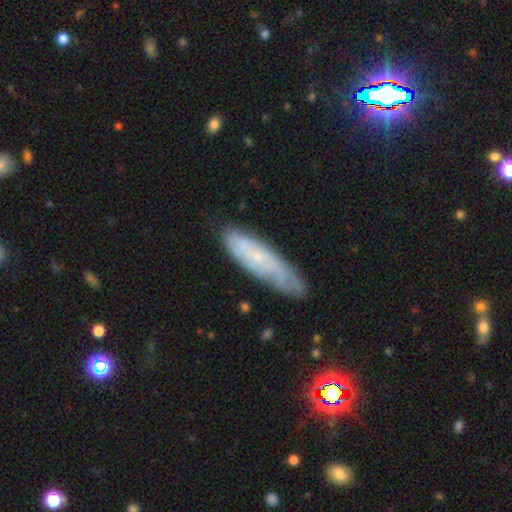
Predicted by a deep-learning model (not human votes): A featured or disk galaxy (51%). Merging: none (65%).